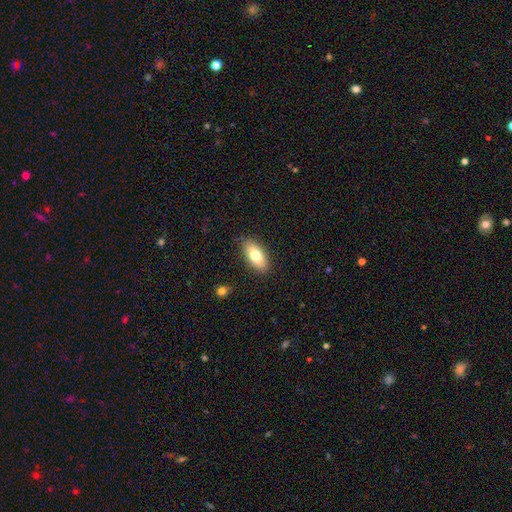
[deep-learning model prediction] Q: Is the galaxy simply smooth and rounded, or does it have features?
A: smooth — 73%.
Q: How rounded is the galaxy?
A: in between — 86%.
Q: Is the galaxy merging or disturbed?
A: none — 87%.